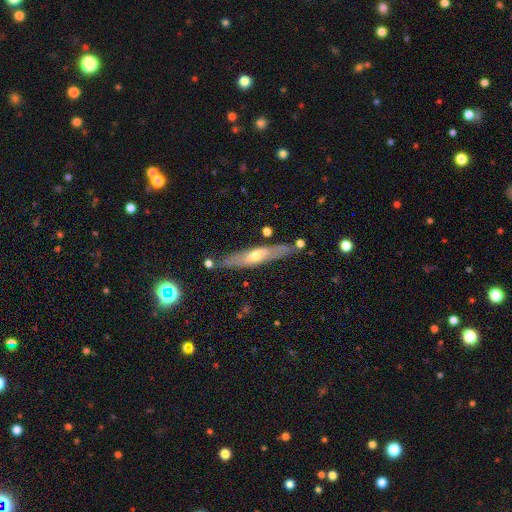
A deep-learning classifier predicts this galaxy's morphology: A featured or disk galaxy (62%) viewed edge-on (70%).

Vote fractions:
- Smooth or featured? featured or disk: 62% / smooth: 32% / star or artifact: 6%
- Edge-on disk? yes: 70% / no: 30%
- Merging? none: 77% / minor disturbance: 15% / merger: 4% / major disturbance: 4%